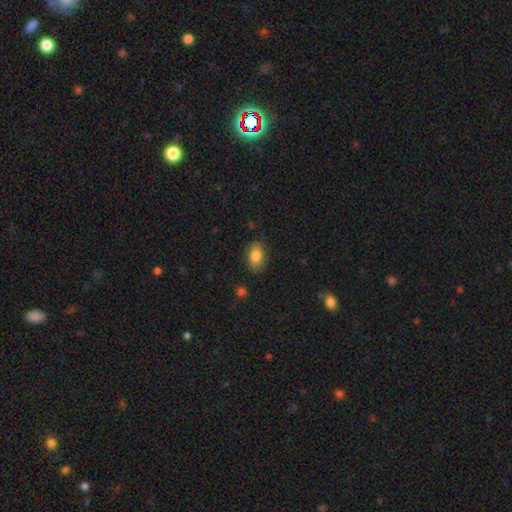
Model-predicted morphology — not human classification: Smooth or featured: smooth — 83% (featured or disk — 9%)
How rounded: in between — 88% (round — 10%)
Merging: none — 81% (minor disturbance — 14%)